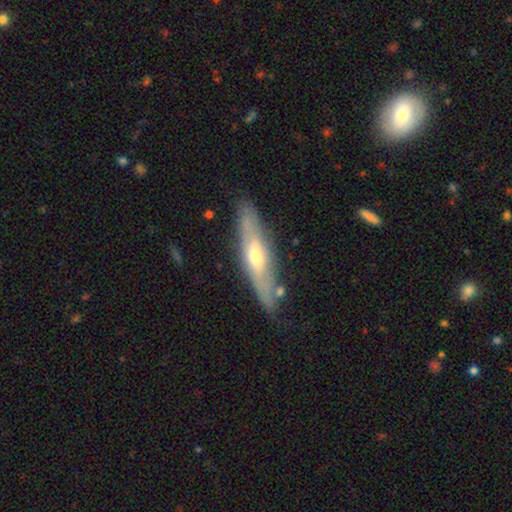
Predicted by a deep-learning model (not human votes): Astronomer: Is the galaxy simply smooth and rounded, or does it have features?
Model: featured or disk — 57% (runner-up: smooth, 38%).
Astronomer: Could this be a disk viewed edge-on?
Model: yes — 69%.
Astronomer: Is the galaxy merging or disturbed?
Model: none — 80%.